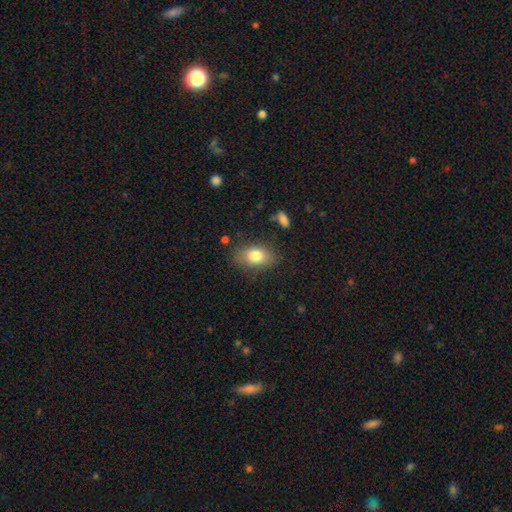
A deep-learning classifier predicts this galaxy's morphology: Smooth or featured: smooth — 80% (featured or disk — 13%)
How rounded: in between — 86% (round — 12%)
Merging: none — 79% (minor disturbance — 15%)